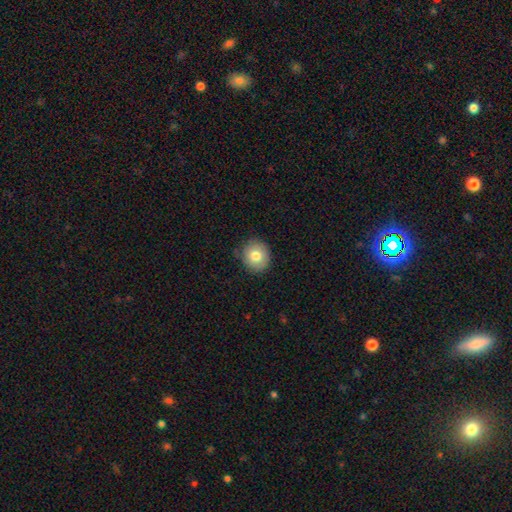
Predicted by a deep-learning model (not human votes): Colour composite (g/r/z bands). It shows a smooth galaxy with no disk features (78%) that is round (85%). Merging: none (85%).